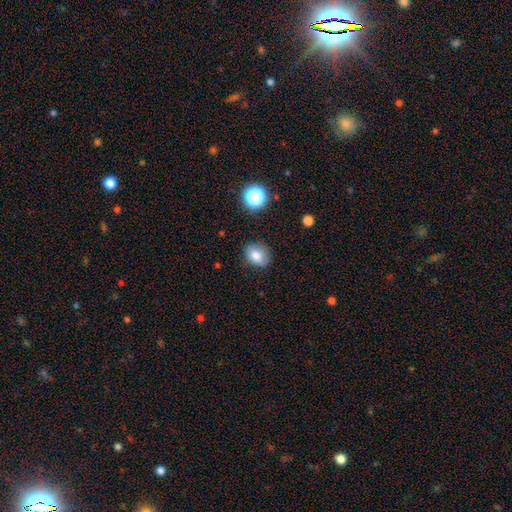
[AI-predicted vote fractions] This is likely a smooth galaxy (79%). How rounded: possibly round (51%). Merging: likely none (77%).